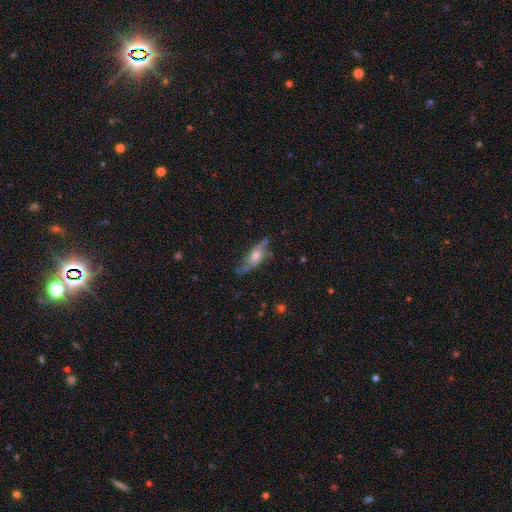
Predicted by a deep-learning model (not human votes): Smooth or featured? Predicted: featured or disk (p=0.59). Edge-on disk? Predicted: no (p=0.50, tied with yes). Merging? Predicted: none (p=0.62).